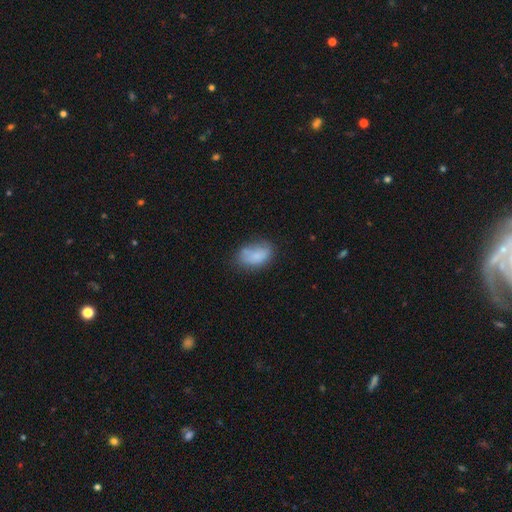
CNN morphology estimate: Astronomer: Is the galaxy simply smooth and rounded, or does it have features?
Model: smooth — 78%.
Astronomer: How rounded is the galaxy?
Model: in between — 87%.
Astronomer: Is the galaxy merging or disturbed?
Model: none — 54%.